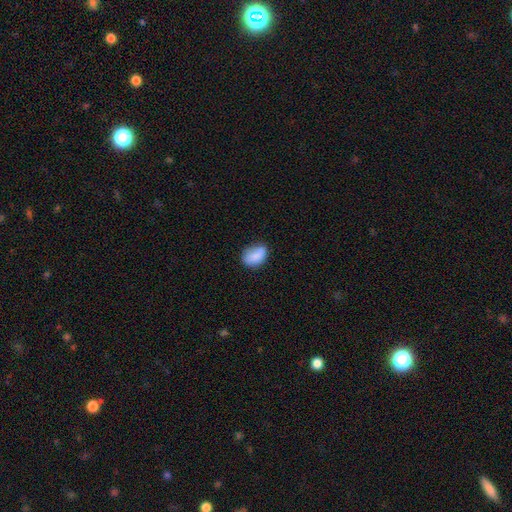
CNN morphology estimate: type=smooth (84%); roundness=in between (81%); merging=none (65%).